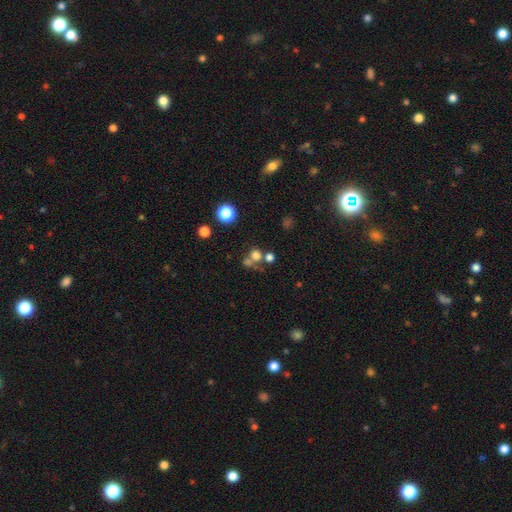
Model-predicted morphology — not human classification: Q: Smooth or featured?
A: smooth (67%); runner-up: star or artifact (21%)
Q: How rounded?
A: round (82%); runner-up: in between (17%)
Q: Merging?
A: none (44%); runner-up: merger (41%)